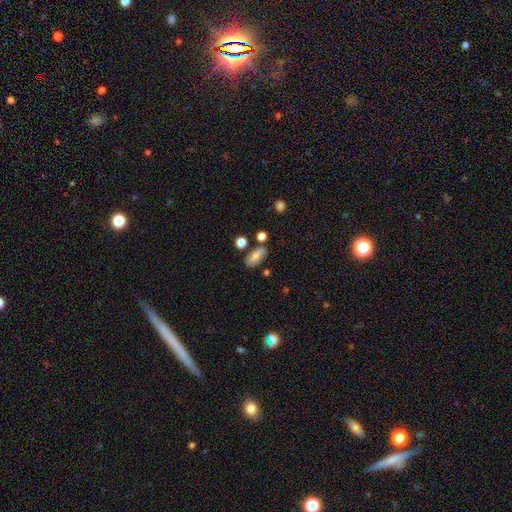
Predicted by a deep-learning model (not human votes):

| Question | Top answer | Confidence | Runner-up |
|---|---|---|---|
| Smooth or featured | smooth | 64% | featured or disk (27%) |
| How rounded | in between | 85% | cigar-shaped (8%) |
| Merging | none | 73% | minor disturbance (16%) |